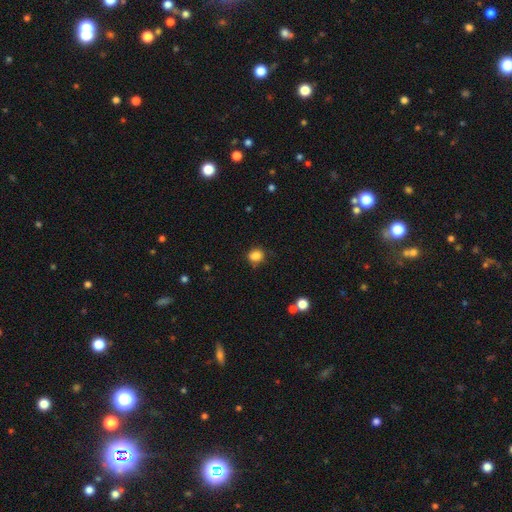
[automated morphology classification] A smooth galaxy with no disk features (85%) that is round (69%).

Vote fractions:
- Smooth or featured? smooth: 85% / star or artifact: 11% / featured or disk: 4%
- How rounded? round: 69% / in between: 30% / cigar-shaped: 1%
- Merging? none: 75% / minor disturbance: 18% / major disturbance: 4% / merger: 3%